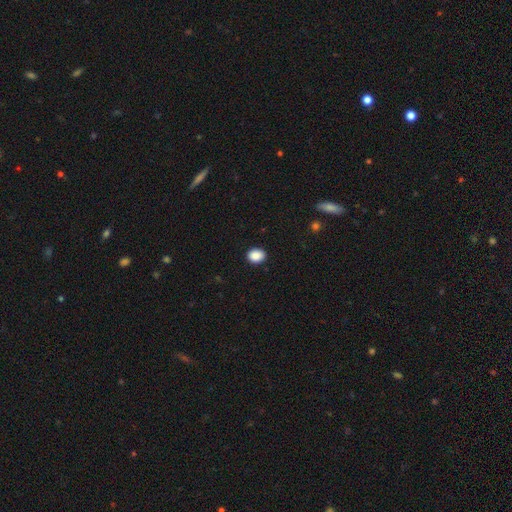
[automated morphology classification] Smooth or featured? Predicted: smooth (p=0.89). How rounded? Predicted: in between (p=0.51). Merging? Predicted: none (p=0.90).